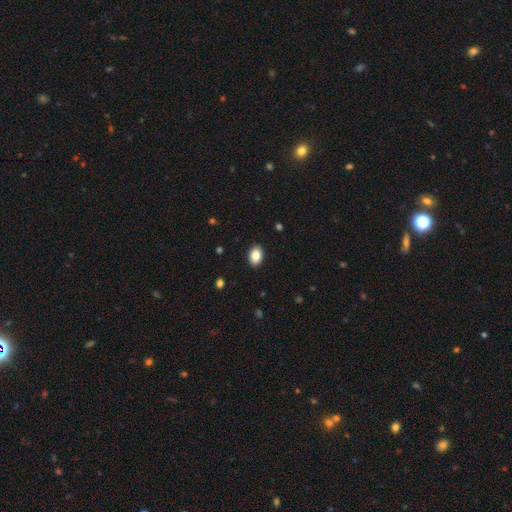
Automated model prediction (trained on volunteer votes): A smooth galaxy with no disk features (87%) that is in between round and cigar-shaped (86%). Merging: none (90%).